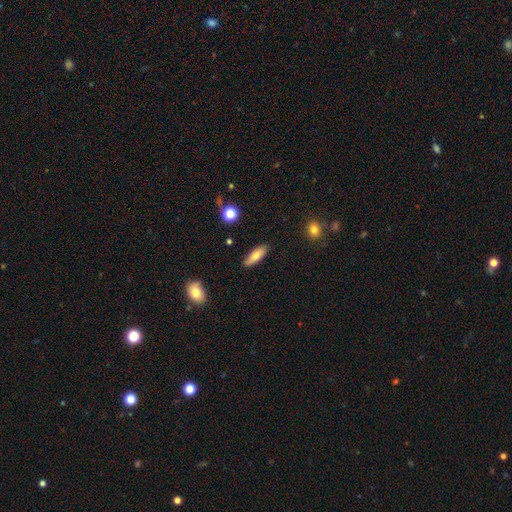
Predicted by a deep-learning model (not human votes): smooth_or_featured: smooth (p=0.75) [alt: featured or disk p=0.18]
how_rounded: in between (p=0.62) [alt: cigar-shaped p=0.35]
merging: none (p=0.85) [alt: minor disturbance p=0.12]